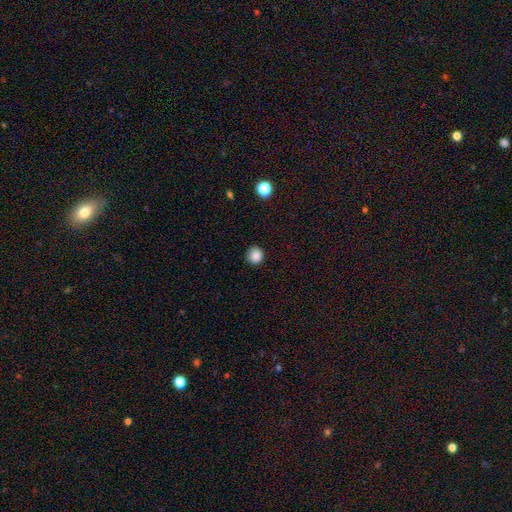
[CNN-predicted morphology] Smooth or featured? smooth (86%)
How rounded? round (92%)
Merging? none (89%)